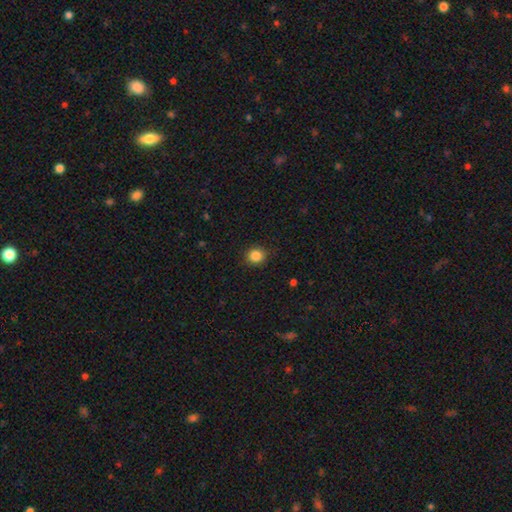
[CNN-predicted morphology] The model was most divided on "how rounded": round: 86%, in between: 13%, cigar-shaped: 1%. More confident: merging — none (90%); smooth or featured — smooth (86%).